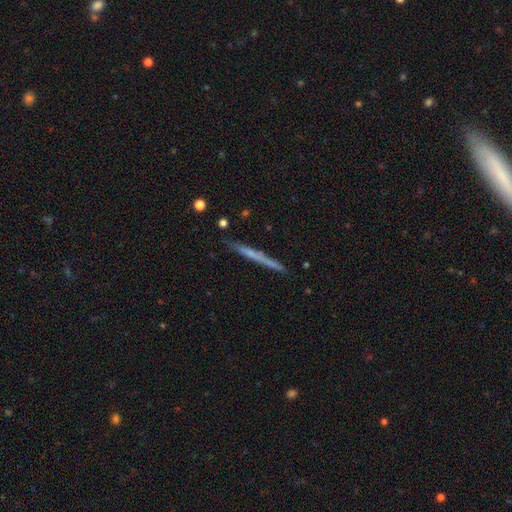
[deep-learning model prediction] featured or disk 48%, smooth 45%, star or artifact 6%. Down the decision tree: merging — none (89%).